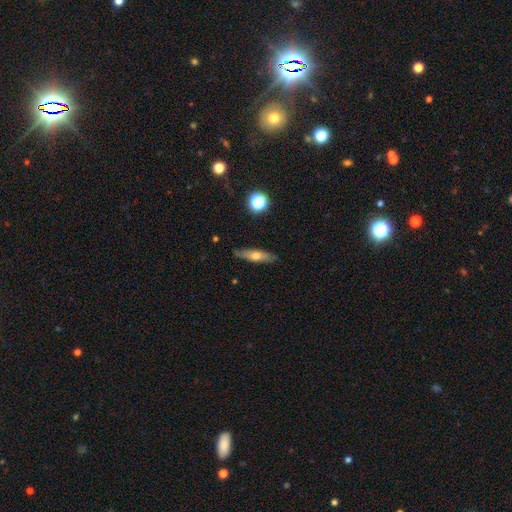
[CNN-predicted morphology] smooth_or_featured: smooth (p=0.51) [alt: featured or disk p=0.42]
how_rounded: cigar-shaped (p=0.69) [alt: in between p=0.27]
merging: none (p=0.85) [alt: minor disturbance p=0.11]